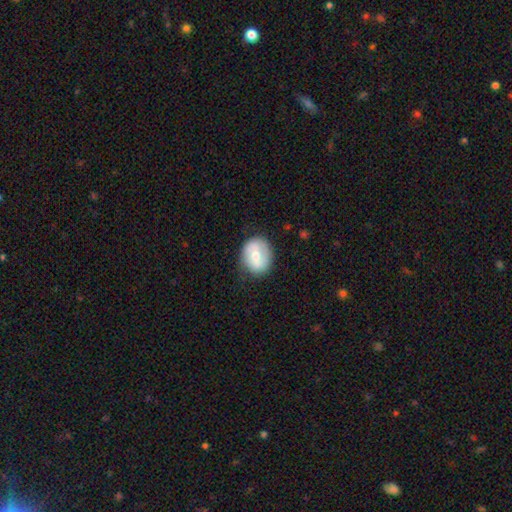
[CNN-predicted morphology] featured or disk 50%, smooth 44%, star or artifact 6%. Down the decision tree: edge-on disk — no (96%); merging — none (75%).